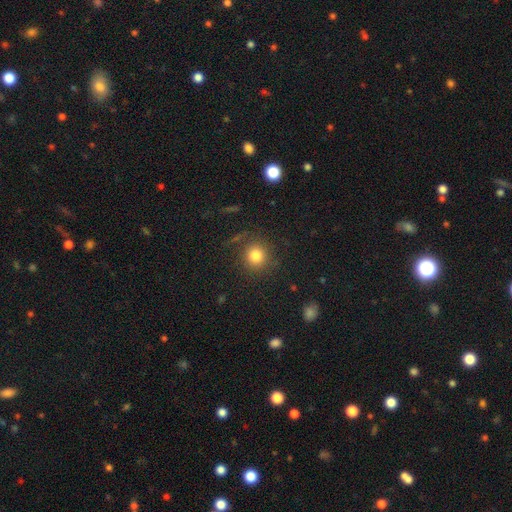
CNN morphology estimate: A smooth galaxy with no disk features (81%) that is round (91%).

Vote fractions:
- Smooth or featured? smooth: 81% / star or artifact: 13% / featured or disk: 6%
- How rounded? round: 91% / in between: 8% / cigar-shaped: 1%
- Merging? none: 85% / minor disturbance: 9% / major disturbance: 4% / merger: 2%